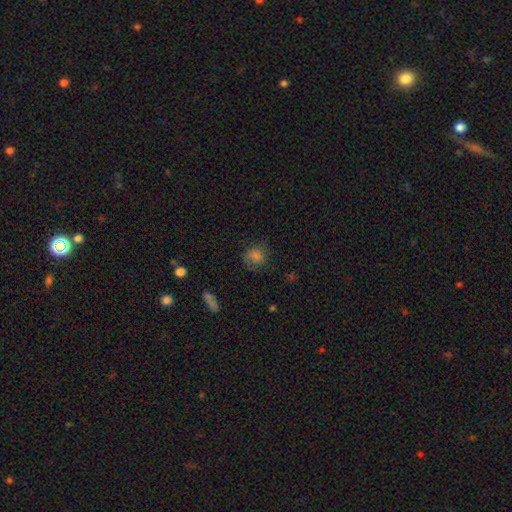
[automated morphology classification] Smooth or featured? Predicted: smooth (p=0.53). How rounded? Predicted: round (p=0.72). Merging? Predicted: none (p=0.67).